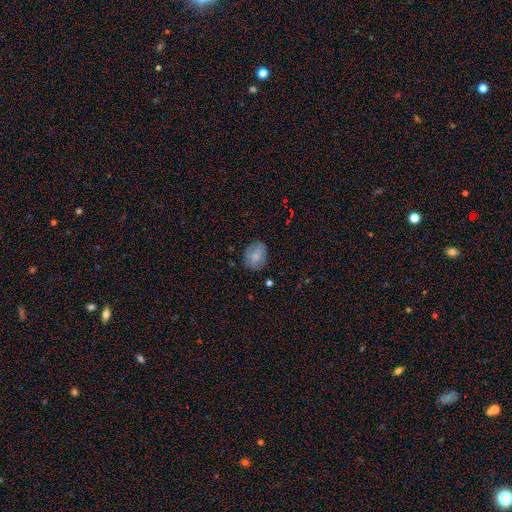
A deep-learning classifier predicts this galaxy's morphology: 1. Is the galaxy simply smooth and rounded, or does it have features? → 78% smooth, 14% featured or disk, 8% star or artifact.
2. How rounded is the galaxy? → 55% in between, 44% round, 1% cigar-shaped.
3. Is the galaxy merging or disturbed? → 78% none, 16% minor disturbance, 4% major disturbance, 1% merger.